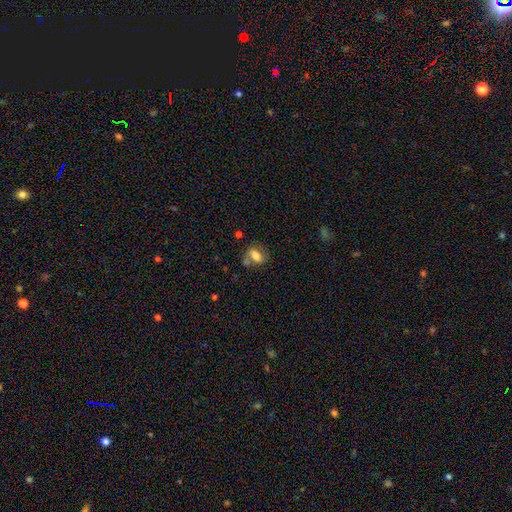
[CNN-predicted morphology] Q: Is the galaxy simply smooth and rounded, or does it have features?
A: smooth — 68%.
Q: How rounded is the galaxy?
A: in between — 77%.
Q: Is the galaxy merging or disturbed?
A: none — 52%.